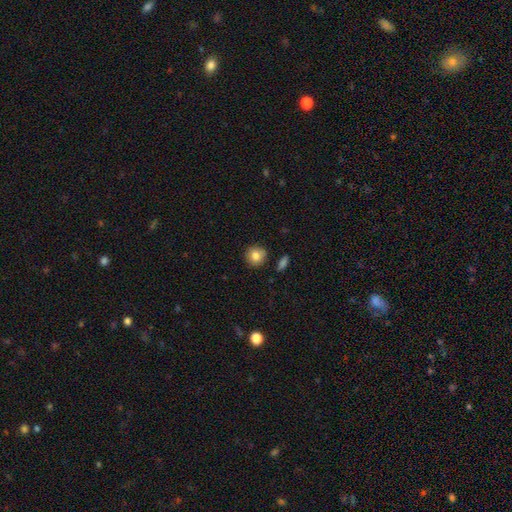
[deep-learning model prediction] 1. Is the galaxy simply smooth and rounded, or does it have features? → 82% smooth, 9% star or artifact, 9% featured or disk.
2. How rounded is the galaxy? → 91% round, 8% in between, 1% cigar-shaped.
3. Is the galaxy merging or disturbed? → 87% none, 9% minor disturbance, 2% merger, 2% major disturbance.